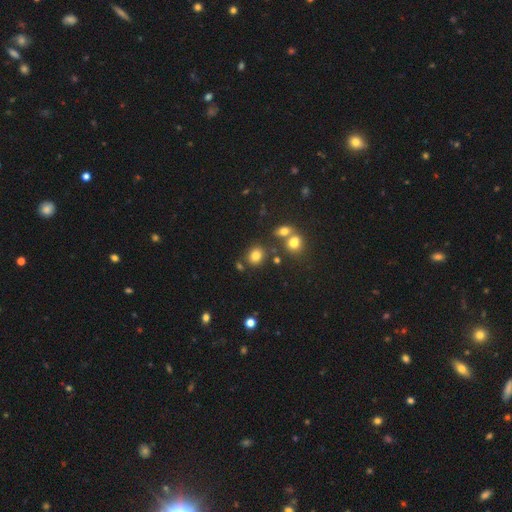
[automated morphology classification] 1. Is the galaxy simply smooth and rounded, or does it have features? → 79% smooth, 14% star or artifact, 7% featured or disk.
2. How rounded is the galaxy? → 62% round, 37% in between, 1% cigar-shaped.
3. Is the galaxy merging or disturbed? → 73% none, 13% merger, 11% minor disturbance, 4% major disturbance.